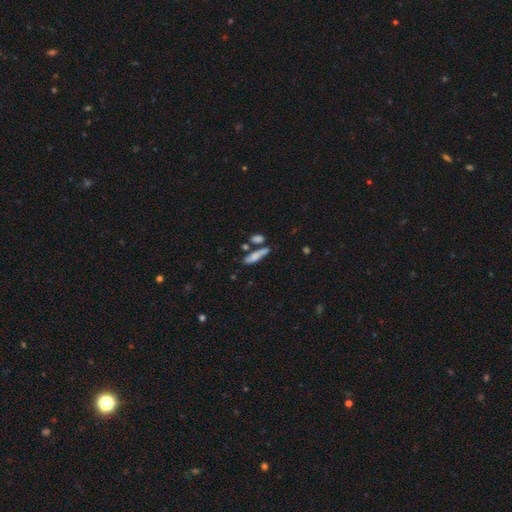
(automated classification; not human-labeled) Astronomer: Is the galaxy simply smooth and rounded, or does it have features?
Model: smooth — 71%.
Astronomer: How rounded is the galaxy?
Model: cigar-shaped — 65%.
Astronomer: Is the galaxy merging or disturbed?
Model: none — 57%.